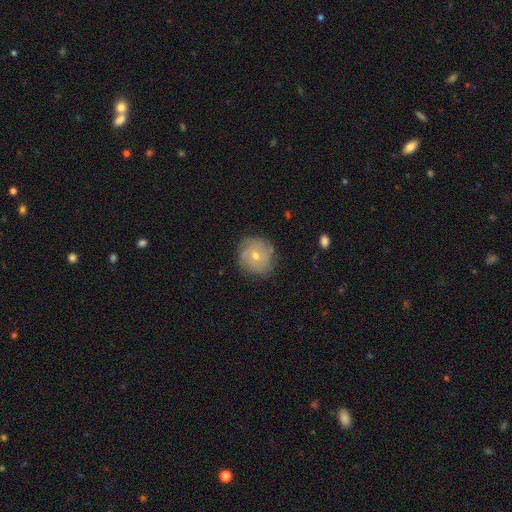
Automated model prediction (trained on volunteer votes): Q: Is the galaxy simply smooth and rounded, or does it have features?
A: smooth — 51%.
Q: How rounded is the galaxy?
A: round — 93%.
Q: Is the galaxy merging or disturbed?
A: none — 83%.